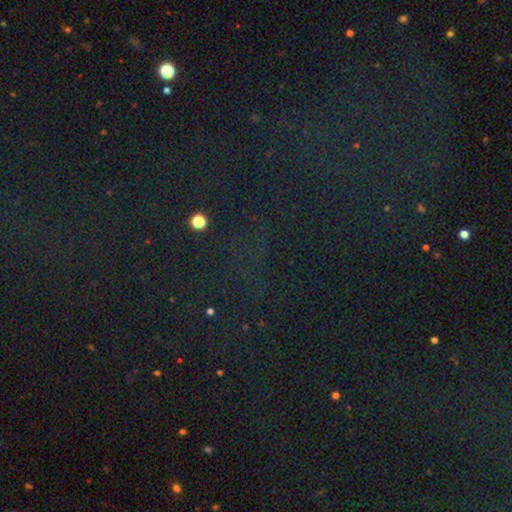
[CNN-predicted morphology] Smooth or featured? Predicted: star or artifact (p=0.80).